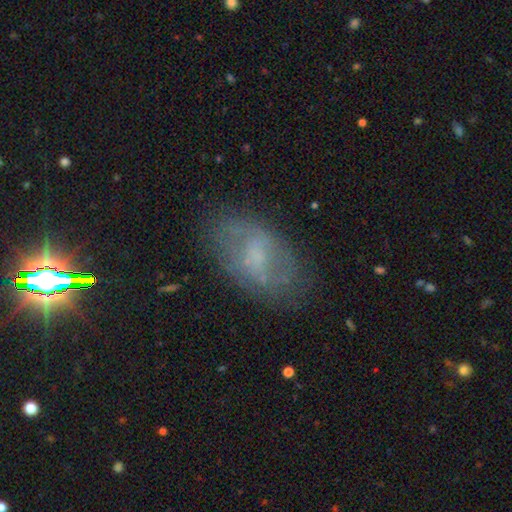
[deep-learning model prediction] smooth_or_featured: featured or disk (p=0.51) [alt: smooth p=0.37]
disk_edge_on: no (p=0.94) [alt: yes p=0.06]
merging: none (p=0.70) [alt: minor disturbance p=0.19]